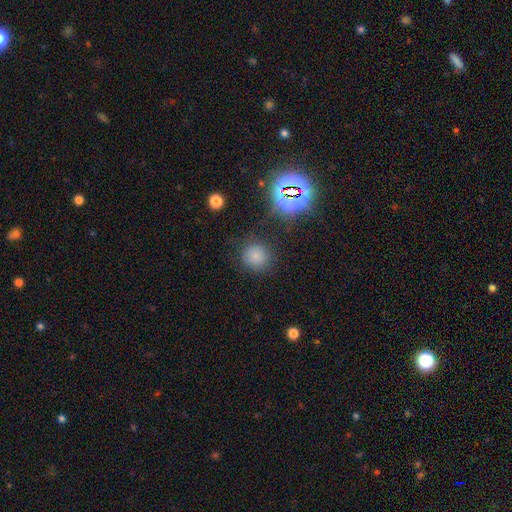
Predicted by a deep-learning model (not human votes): This is likely a smooth galaxy (76%). How rounded: clearly round (88%). Merging: clearly none (83%).